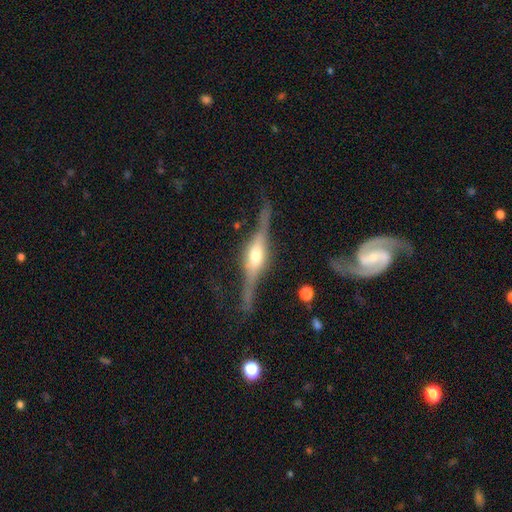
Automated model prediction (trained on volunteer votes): Smooth or featured? featured or disk (85%)
Edge-on disk? yes (97%)
Edge-on bulge? rounded (84%)
Merging? none (82%)